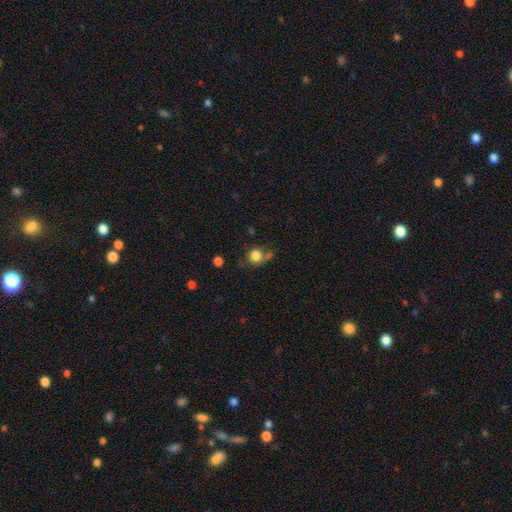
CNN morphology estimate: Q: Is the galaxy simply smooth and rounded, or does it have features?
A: smooth — 82%.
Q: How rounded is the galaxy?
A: round — 85%.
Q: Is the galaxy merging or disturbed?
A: none — 60%.